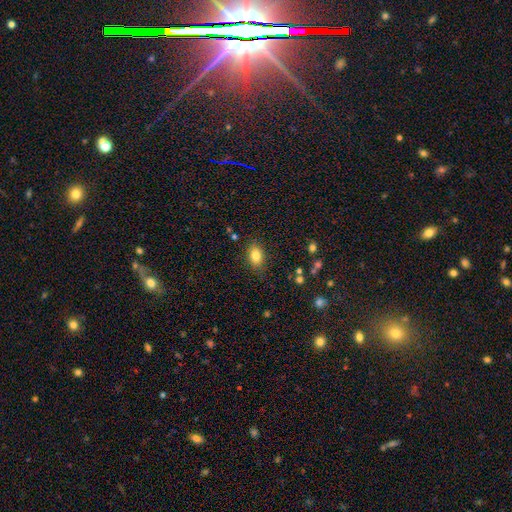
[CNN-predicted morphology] Smooth or featured? Predicted: smooth (p=0.81). How rounded? Predicted: in between (p=0.81). Merging? Predicted: none (p=0.82).